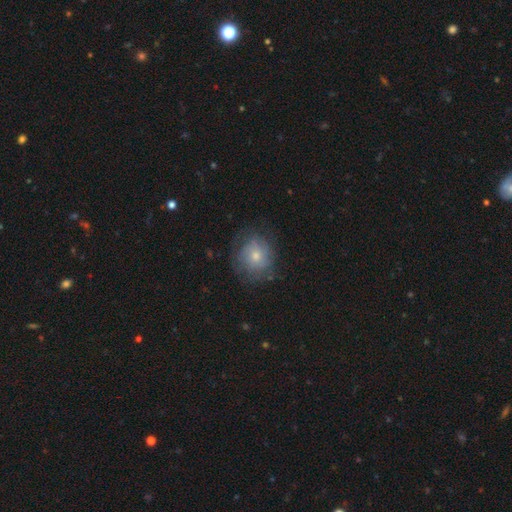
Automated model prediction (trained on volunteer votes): The model was most divided on "smooth or featured": smooth: 55%, featured or disk: 35%, star or artifact: 9%. More confident: how rounded — round (85%); merging — none (70%).